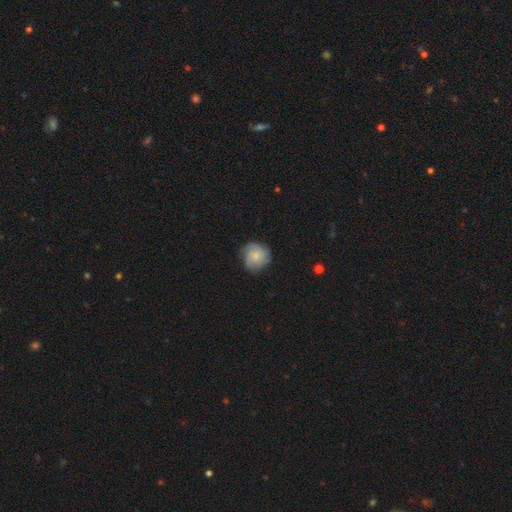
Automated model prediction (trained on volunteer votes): This appears to be a featured or disk galaxy (50%). Merging: none (72%).